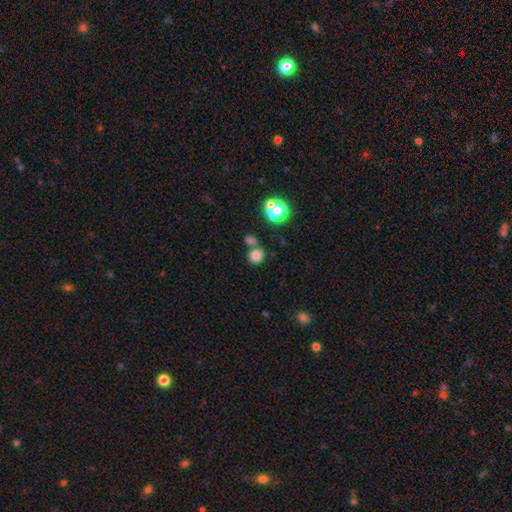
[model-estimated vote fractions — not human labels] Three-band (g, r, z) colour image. It shows a smooth galaxy with no disk features (79%) that is round (82%). Merging: none (65%).